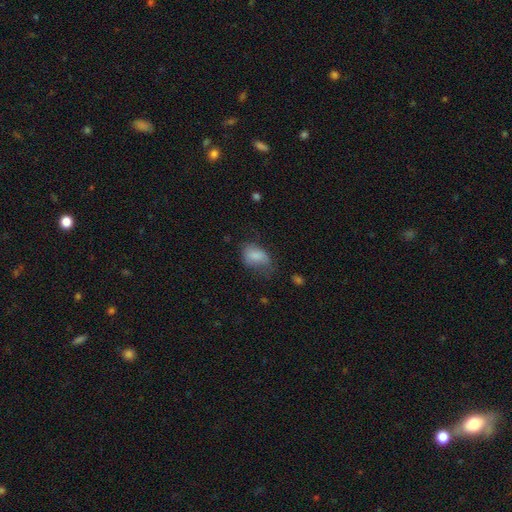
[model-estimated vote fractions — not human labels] Smooth or featured: smooth — 78% (featured or disk — 13%)
How rounded: in between — 83% (round — 16%)
Merging: none — 38% (minor disturbance — 36%)